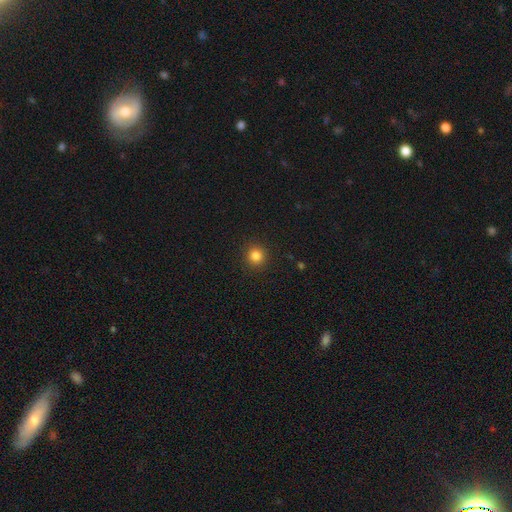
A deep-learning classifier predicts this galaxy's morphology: Smooth or featured? smooth (84%)
How rounded? round (94%)
Merging? none (92%)